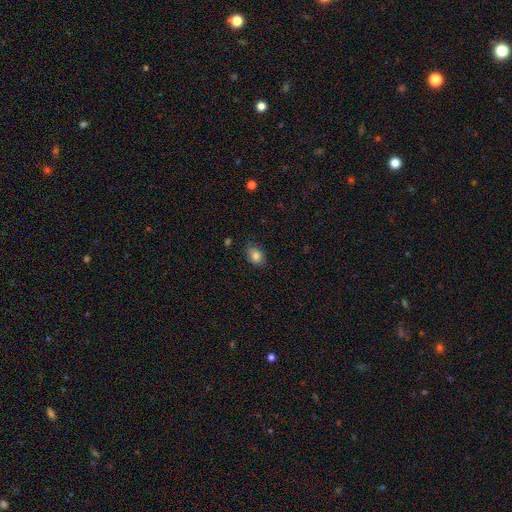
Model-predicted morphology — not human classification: Smooth or featured? Predicted: smooth (p=0.82). How rounded? Predicted: in between (p=0.71). Merging? Predicted: none (p=0.79).